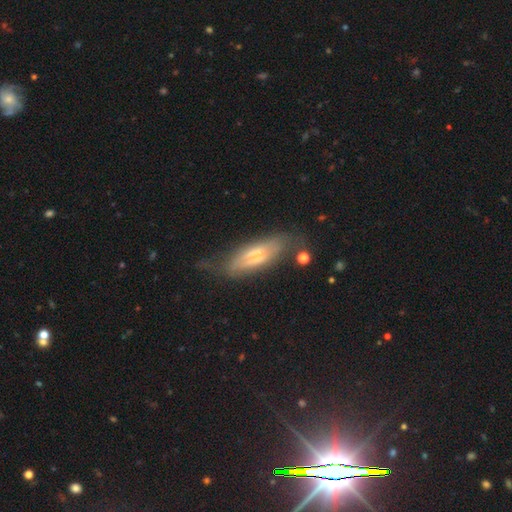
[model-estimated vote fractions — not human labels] A featured or disk galaxy (54%) viewed edge-on (77%).

Vote fractions:
- Smooth or featured? featured or disk: 54% / smooth: 38% / star or artifact: 8%
- Edge-on disk? yes: 77% / no: 23%
- Merging? none: 58% / minor disturbance: 26% / major disturbance: 13% / merger: 4%